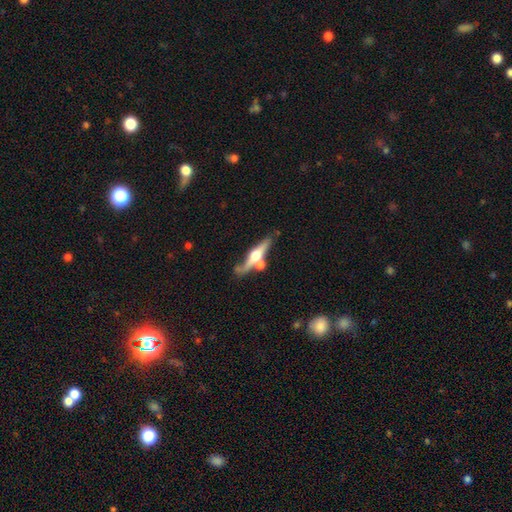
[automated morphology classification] type=featured or disk (66%); edge-on=yes (93%); edge-on bulge=rounded (94%); merging=none (57%).